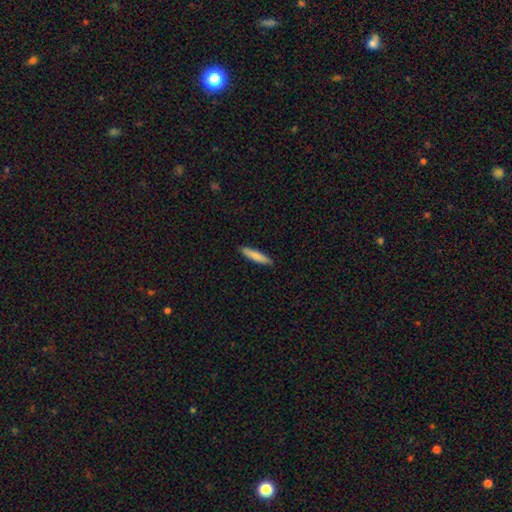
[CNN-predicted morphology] type=smooth (82%); roundness=cigar-shaped (87%); merging=none (90%).